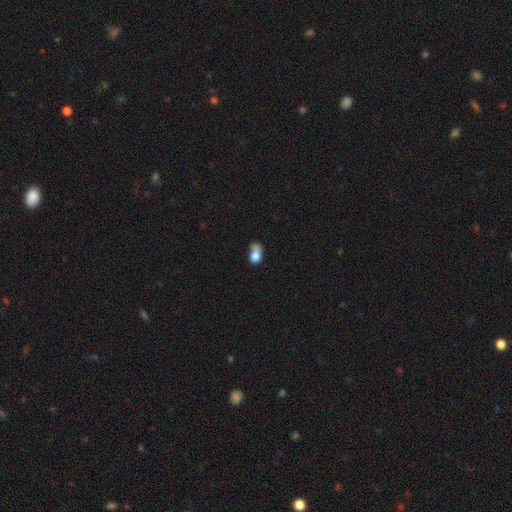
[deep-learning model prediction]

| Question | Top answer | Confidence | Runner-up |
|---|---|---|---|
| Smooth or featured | smooth | 74% | featured or disk (16%) |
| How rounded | in between | 69% | round (28%) |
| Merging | major disturbance | 29% | minor disturbance (27%) |